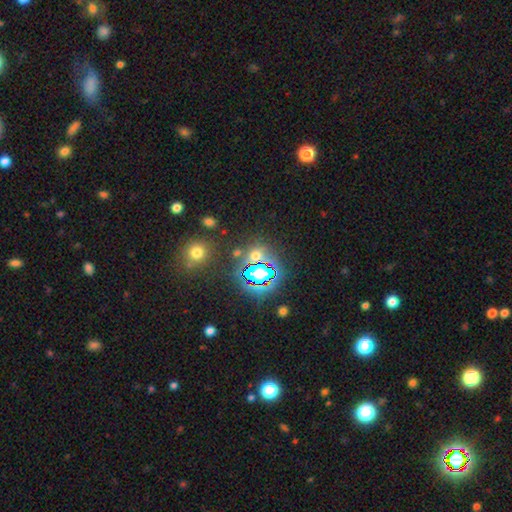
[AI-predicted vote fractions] Overall: star or artifact (59%; smooth 30%).